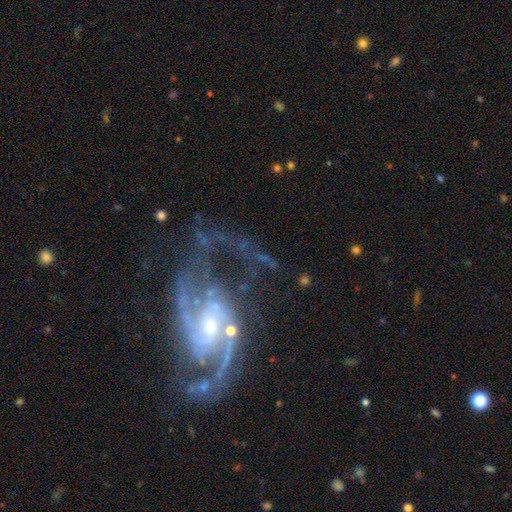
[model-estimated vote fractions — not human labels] Smooth or featured? featured or disk (90%)
Edge-on disk? no (97%)
Bar? no (45%)
Spiral arms? yes (97%)
Spiral winding? medium (52%)
Spiral arm count? 2 (79%)
Bulge size? small (62%)
Merging? none (56%)